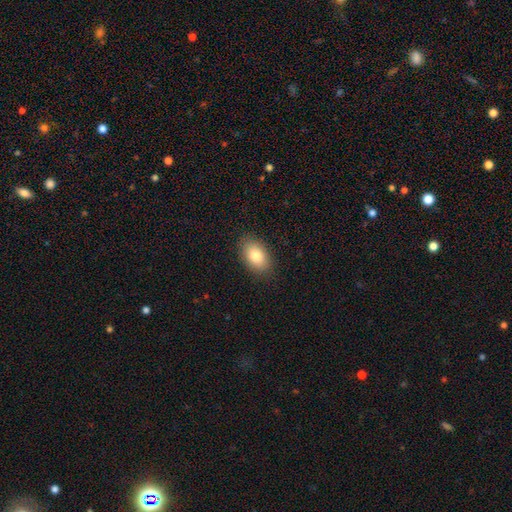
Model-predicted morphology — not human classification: Overall: smooth (84%). How rounded: in between (90%). Merging: none (87%).